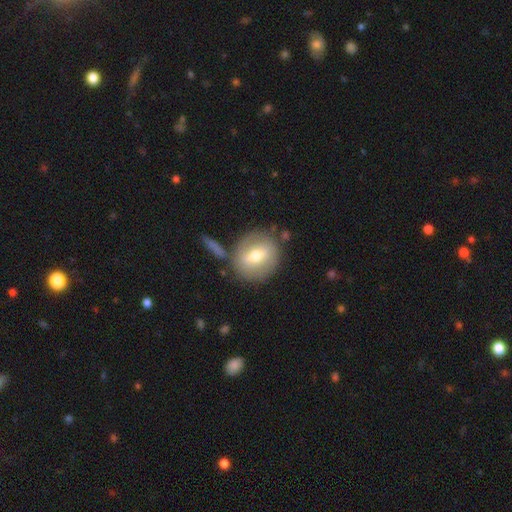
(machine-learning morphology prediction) Q: Smooth or featured?
A: featured or disk (48%); runner-up: smooth (45%)
Q: Merging?
A: none (75%); runner-up: minor disturbance (12%)